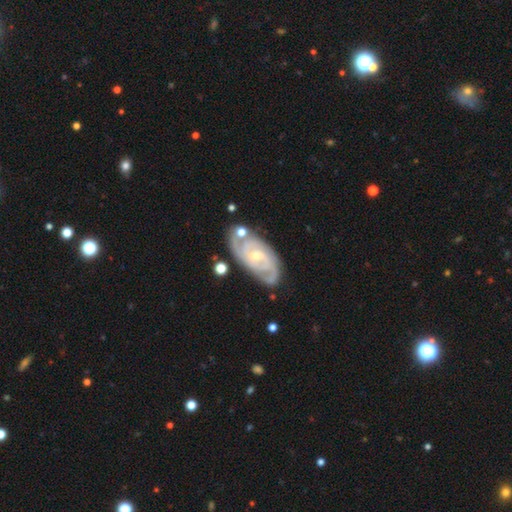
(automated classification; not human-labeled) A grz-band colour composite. It shows a featured or disk galaxy (88%) with no bar (53%), 2 (47%) tight (66%) spiral arms (97%) and a small central bulge (66%). Merging: none (70%).